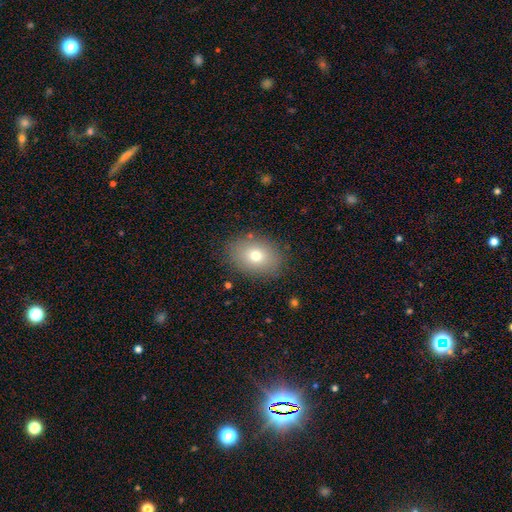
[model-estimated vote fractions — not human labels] Q: Smooth or featured?
A: smooth (74%); runner-up: featured or disk (15%)
Q: How rounded?
A: in between (73%); runner-up: round (26%)
Q: Merging?
A: none (85%); runner-up: minor disturbance (10%)